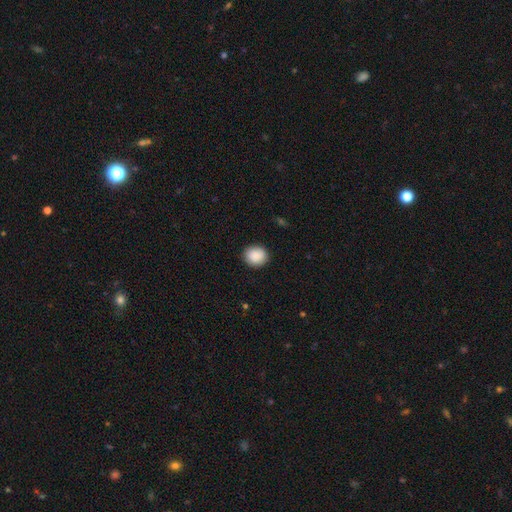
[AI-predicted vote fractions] This appears to be a smooth galaxy with no disk features (90%) that is round (71%). Merging: none (90%).